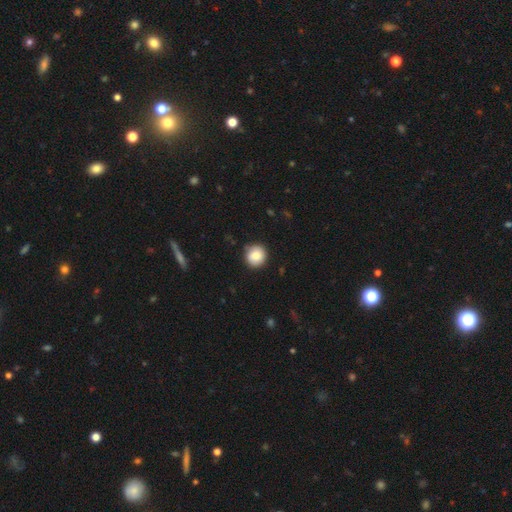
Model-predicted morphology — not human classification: The model was most divided on "smooth or featured": smooth: 84%, featured or disk: 8%, star or artifact: 8%. More confident: how rounded — round (91%); merging — none (87%).